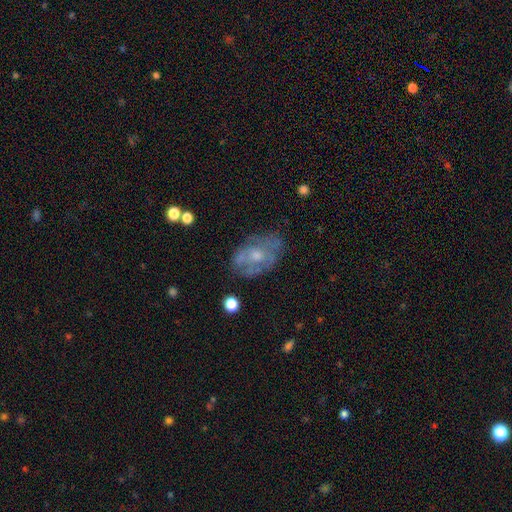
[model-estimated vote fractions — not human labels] featured or disk 56%, smooth 35%, star or artifact 9%. Down the decision tree: edge-on disk — no (95%); bar — no (84%); spiral arms — no (68%); bulge size — moderate (51%); merging — none (59%).